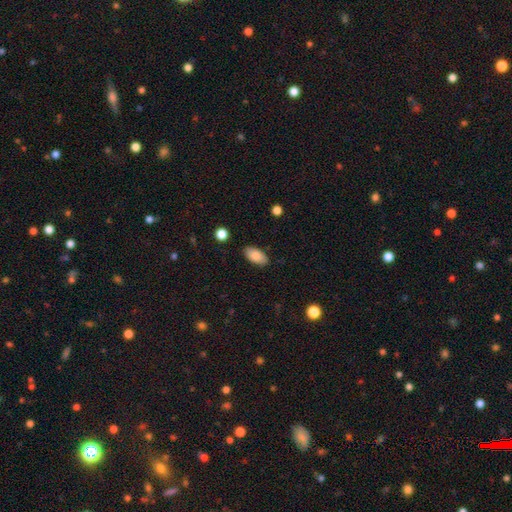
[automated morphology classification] Smooth or featured: smooth — 87% (star or artifact — 7%)
How rounded: in between — 93% (cigar-shaped — 4%)
Merging: none — 86% (minor disturbance — 10%)